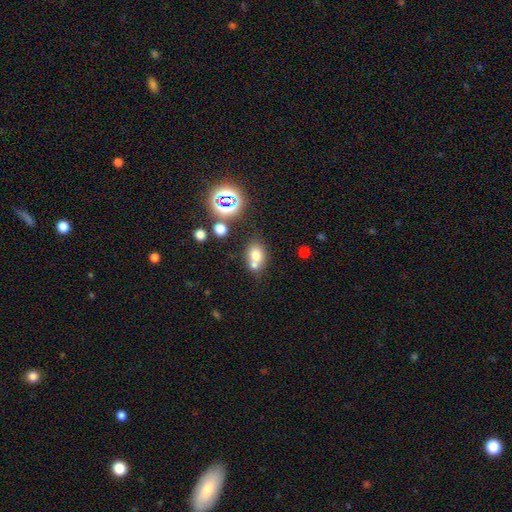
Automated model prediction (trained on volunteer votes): Morphology: type=smooth (69%); roundness=in between (54%); merging=none (45%).